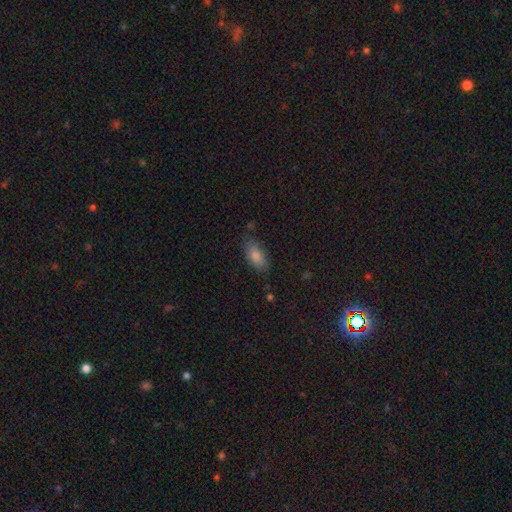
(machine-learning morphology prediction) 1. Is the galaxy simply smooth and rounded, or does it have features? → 80% smooth, 10% star or artifact, 10% featured or disk.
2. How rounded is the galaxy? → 87% in between, 10% cigar-shaped, 3% round.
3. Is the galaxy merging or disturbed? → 80% none, 15% minor disturbance, 3% major disturbance, 2% merger.